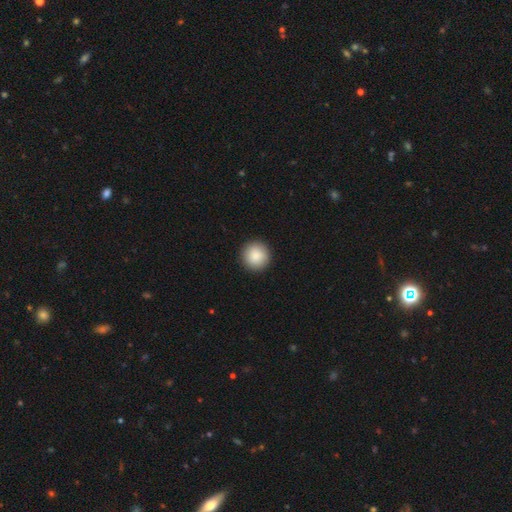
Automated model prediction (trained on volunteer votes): smooth 88%, star or artifact 7%, featured or disk 4%. Down the decision tree: how rounded — round (96%); merging — none (93%).